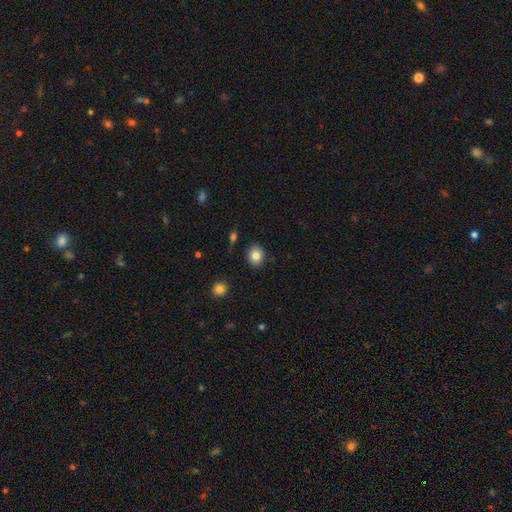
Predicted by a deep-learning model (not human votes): smooth-or-featured: smooth: 83% | star or artifact: 9% | featured or disk: 8%
  how-rounded: round: 67% | in between: 32% | cigar-shaped: 1%
  merging: none: 88% | minor disturbance: 8% | major disturbance: 2% | merger: 2%